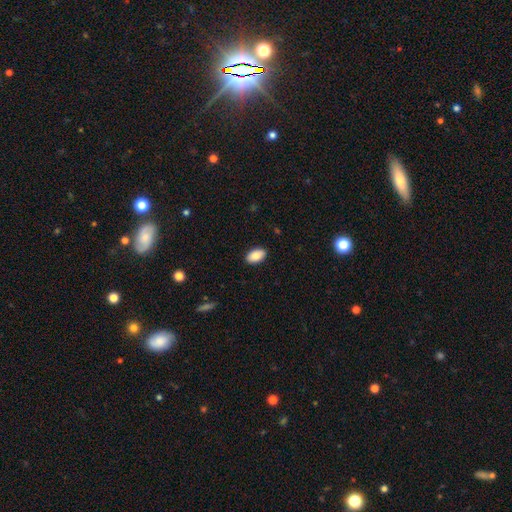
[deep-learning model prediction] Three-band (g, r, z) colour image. It shows a smooth galaxy with no disk features (86%) that is in between round and cigar-shaped (94%). Merging: none (89%).